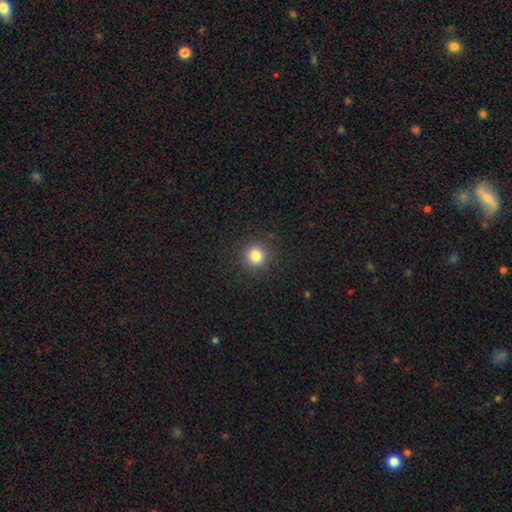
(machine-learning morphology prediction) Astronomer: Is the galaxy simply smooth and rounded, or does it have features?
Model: smooth — 83%.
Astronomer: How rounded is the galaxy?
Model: round — 94%.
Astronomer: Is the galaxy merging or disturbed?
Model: none — 91%.